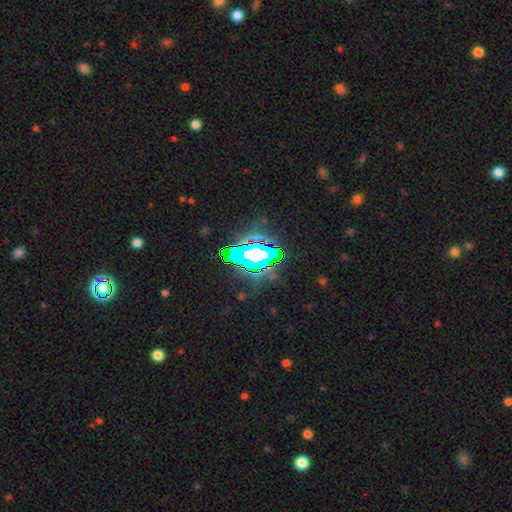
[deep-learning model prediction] Smooth or featured: star or artifact — 67% (featured or disk — 17%)